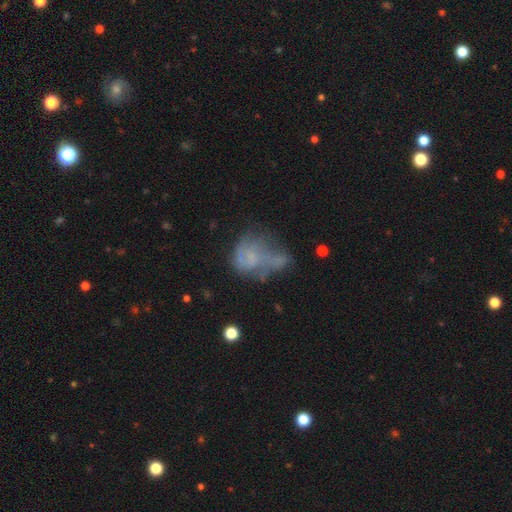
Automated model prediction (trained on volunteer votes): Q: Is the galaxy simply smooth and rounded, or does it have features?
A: featured or disk — 42%.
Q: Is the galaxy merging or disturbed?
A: major disturbance — 29%.